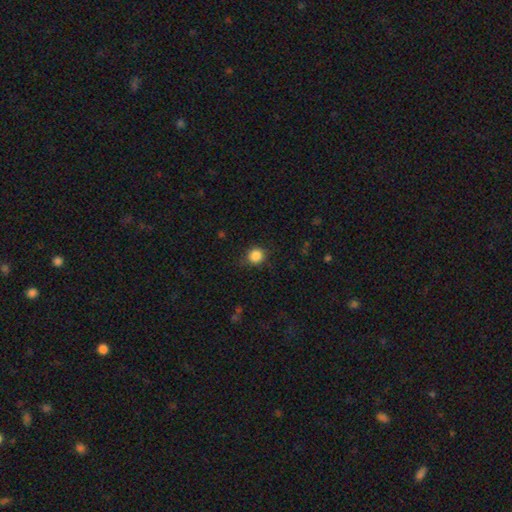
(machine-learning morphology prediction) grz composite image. It shows a smooth galaxy with no disk features (86%) that is round (87%). Merging: none (80%).